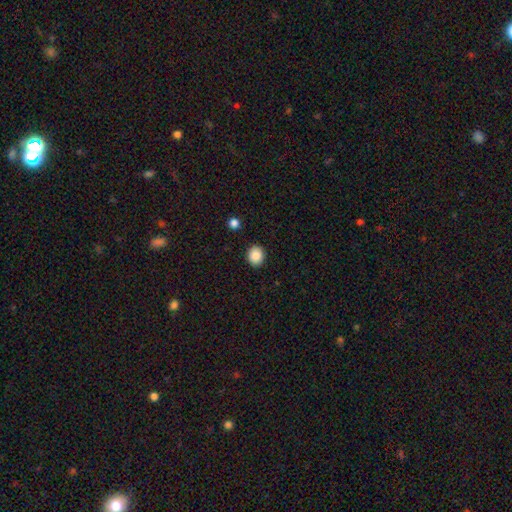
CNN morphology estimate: This appears to be a smooth galaxy with no disk features (88%) that is round (71%). Merging: none (91%).